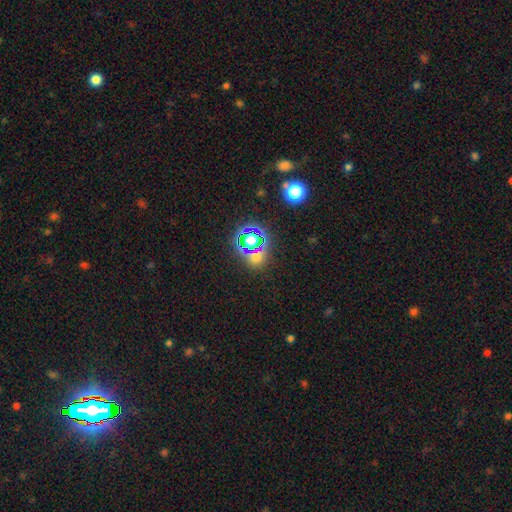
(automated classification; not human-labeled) Q: Smooth or featured?
A: star or artifact (53%); runner-up: smooth (38%)